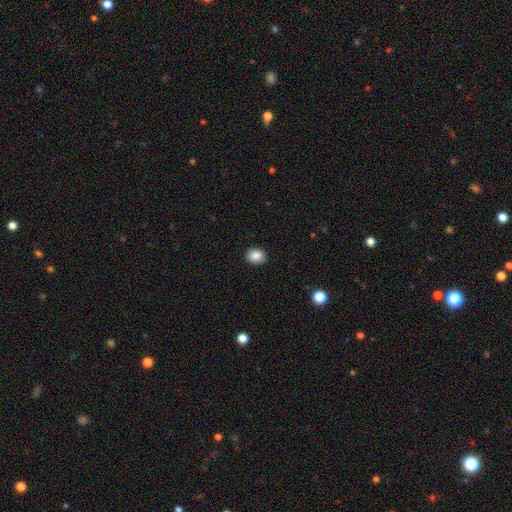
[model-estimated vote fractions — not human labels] This is clearly a smooth galaxy (87%). How rounded: possibly round (51%). Merging: clearly none (89%).